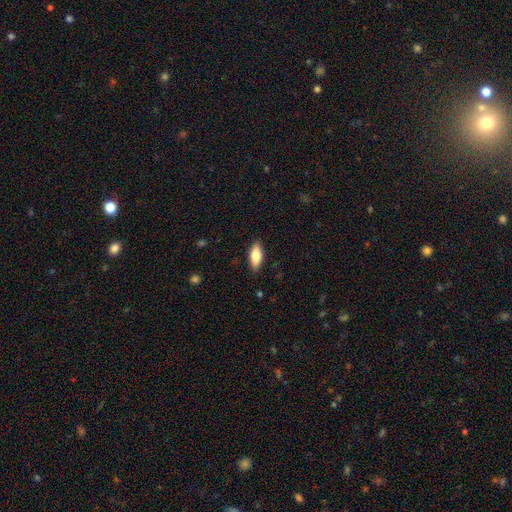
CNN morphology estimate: Overall: smooth (78%). How rounded: in between (78%). Merging: none (88%).